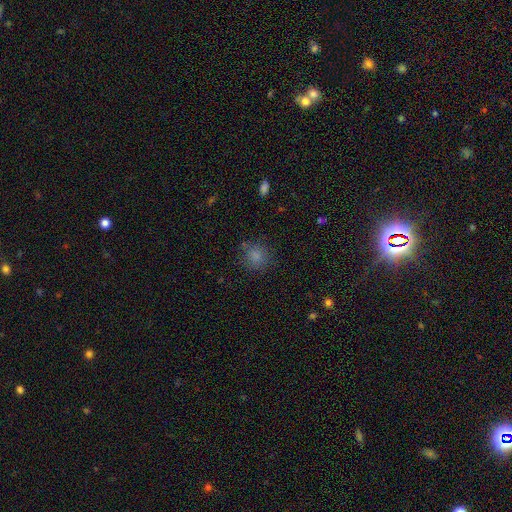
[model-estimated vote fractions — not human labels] Smooth or featured?
  - smooth: 81% *
  - star or artifact: 13%
  - featured or disk: 6%
How rounded?
  - round: 83% *
  - in between: 16%
  - cigar-shaped: 1%
Merging?
  - none: 77% *
  - minor disturbance: 14%
  - major disturbance: 5%
  - merger: 3%